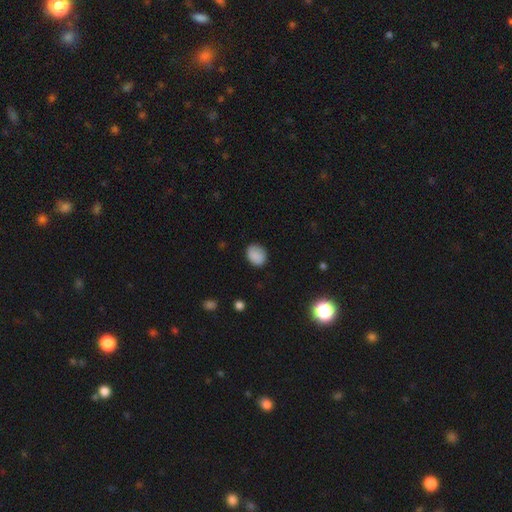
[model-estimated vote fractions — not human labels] Q: Smooth or featured?
A: smooth (86%); runner-up: star or artifact (9%)
Q: How rounded?
A: round (51%); runner-up: in between (48%)
Q: Merging?
A: none (82%); runner-up: minor disturbance (14%)